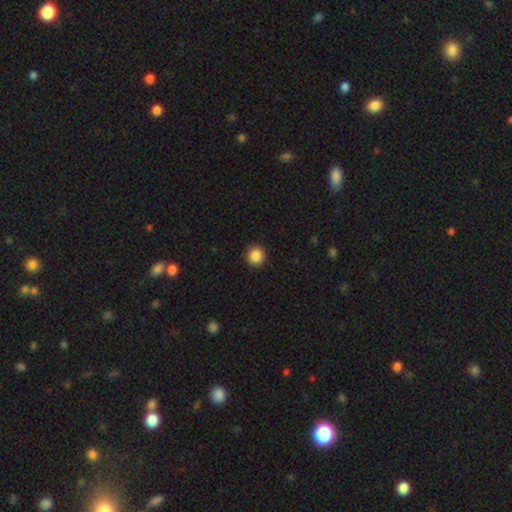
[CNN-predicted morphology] smooth 88%, star or artifact 9%, featured or disk 3%. Down the decision tree: how rounded — round (93%); merging — none (91%).